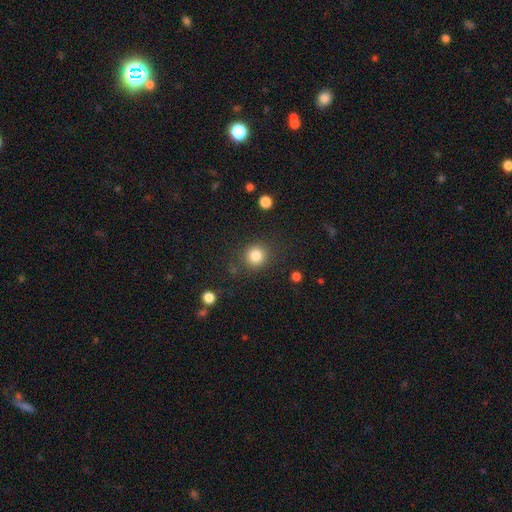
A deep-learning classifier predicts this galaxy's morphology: smooth-or-featured: smooth: 84% | star or artifact: 11% | featured or disk: 5%
  how-rounded: round: 90% | in between: 9% | cigar-shaped: 1%
  merging: none: 85% | minor disturbance: 8% | major disturbance: 4% | merger: 2%